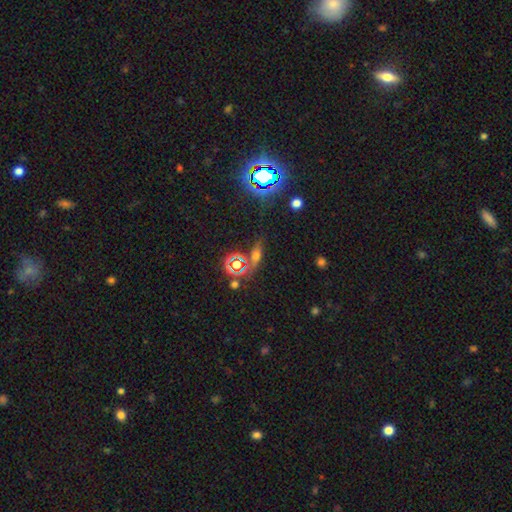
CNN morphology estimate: type=smooth (41%); merging=none (73%).